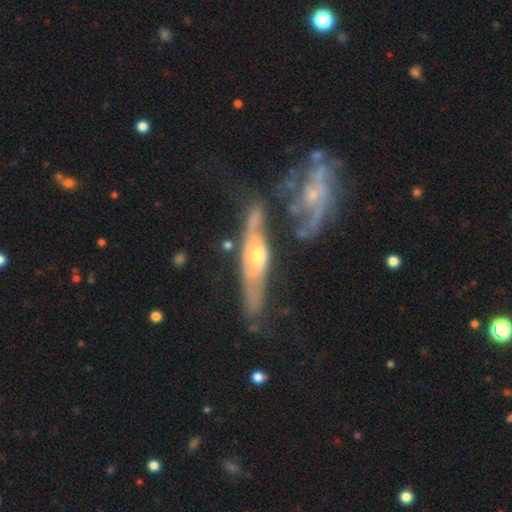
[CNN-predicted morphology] Smooth or featured: featured or disk — 76% (smooth — 19%)
Edge-on disk: yes — 55% (no — 45%)
Merging: none — 50% (minor disturbance — 21%)